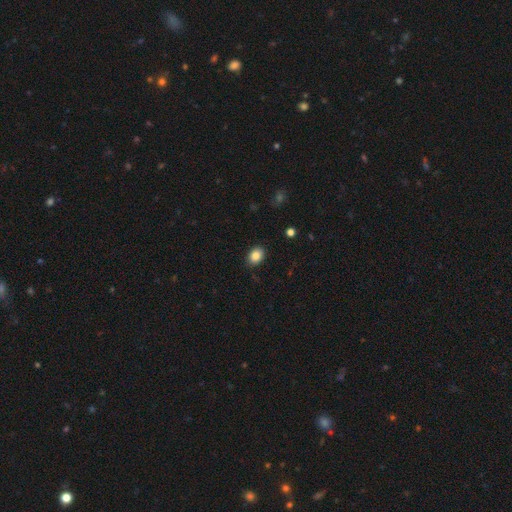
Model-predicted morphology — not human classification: smooth_or_featured: smooth (p=0.86) [alt: star or artifact p=0.09]
how_rounded: in between (p=0.70) [alt: round p=0.29]
merging: none (p=0.87) [alt: minor disturbance p=0.10]